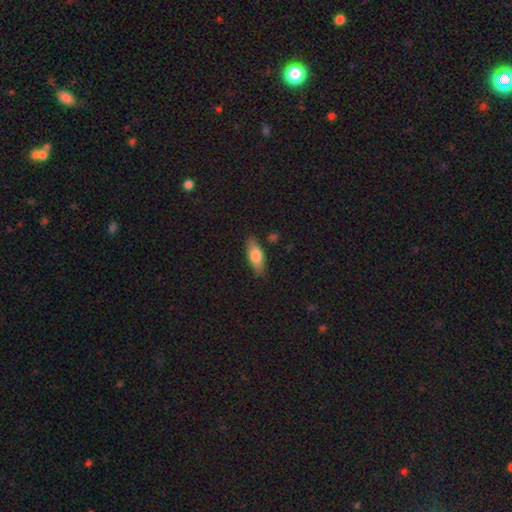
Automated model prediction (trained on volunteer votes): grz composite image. It shows a smooth galaxy with no disk features (73%) that is in between round and cigar-shaped (69%). Merging: none (83%).